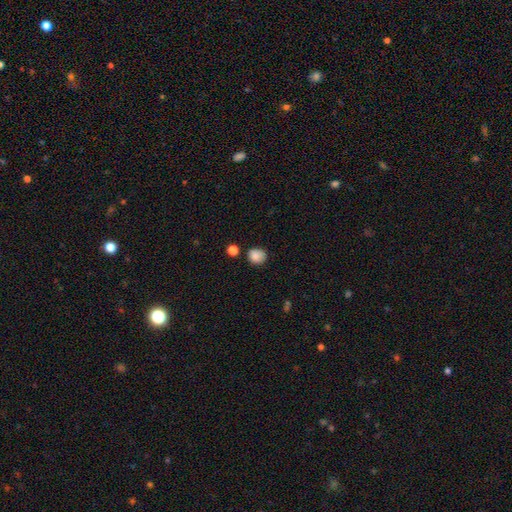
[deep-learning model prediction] Smooth or featured?
  - smooth: 86% *
  - star or artifact: 10%
  - featured or disk: 5%
How rounded?
  - round: 74% *
  - in between: 25%
  - cigar-shaped: 1%
Merging?
  - none: 73% *
  - minor disturbance: 17%
  - merger: 5%
  - major disturbance: 4%